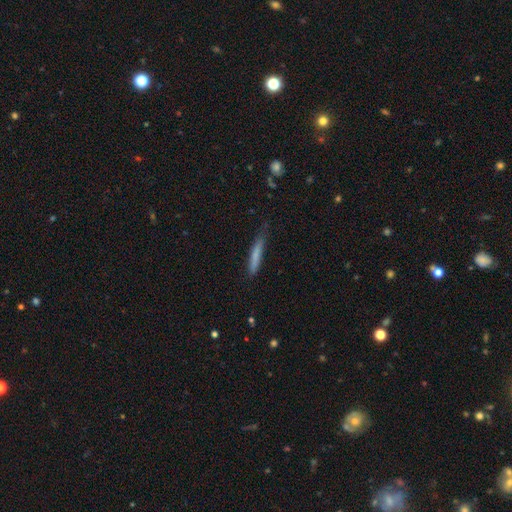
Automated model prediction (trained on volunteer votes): A smooth galaxy with no disk features (76%) that is cigar-shaped (94%).

Vote fractions:
- Smooth or featured? smooth: 76% / featured or disk: 18% / star or artifact: 6%
- How rounded? cigar-shaped: 94% / in between: 4% / round: 1%
- Merging? none: 75% / minor disturbance: 20% / major disturbance: 3% / merger: 2%